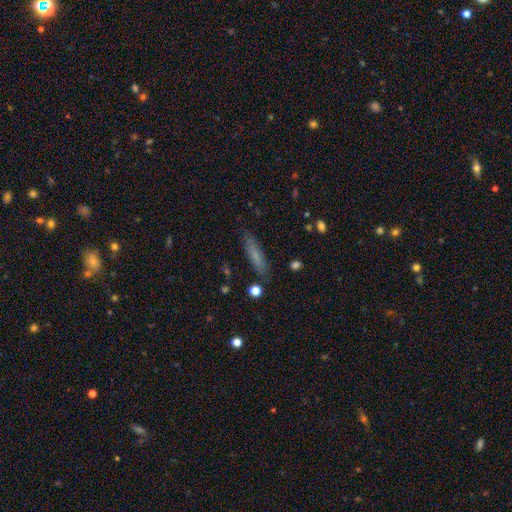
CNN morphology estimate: smooth 69%, featured or disk 22%, star or artifact 9%. Down the decision tree: how rounded — cigar-shaped (79%); merging — none (83%).